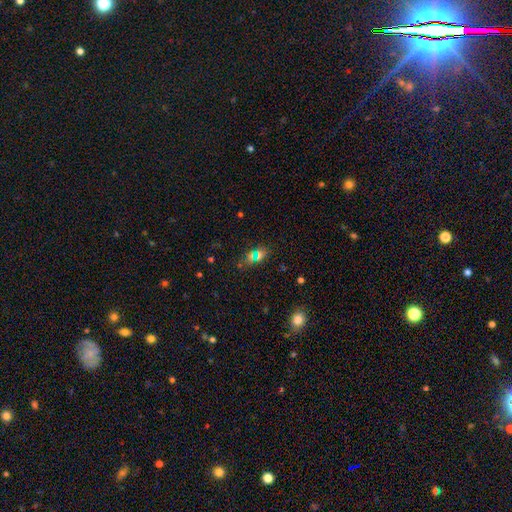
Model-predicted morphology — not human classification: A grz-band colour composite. It shows a smooth galaxy with no disk features (49%). Merging: none (70%).